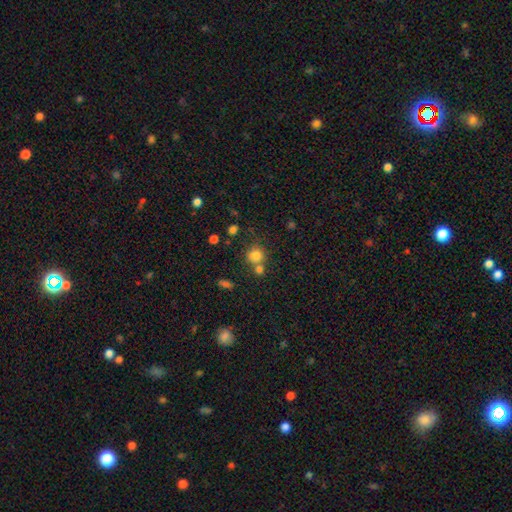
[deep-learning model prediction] Q: Smooth or featured?
A: smooth (80%); runner-up: star or artifact (13%)
Q: How rounded?
A: round (80%); runner-up: in between (19%)
Q: Merging?
A: none (56%); runner-up: merger (30%)